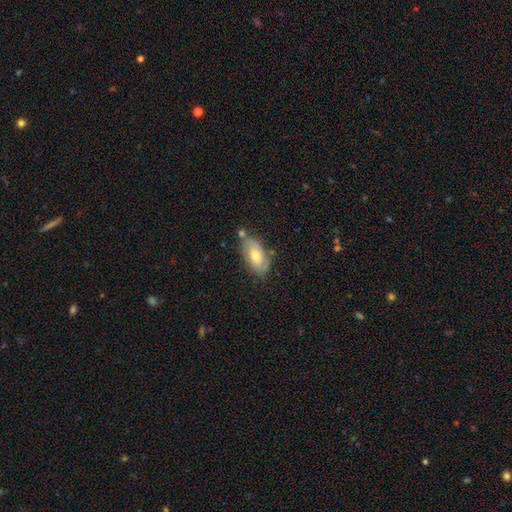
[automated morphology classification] smooth_or_featured: featured or disk (p=0.50) [alt: smooth p=0.42]
disk_edge_on: no (p=0.90) [alt: yes p=0.10]
merging: none (p=0.63) [alt: minor disturbance p=0.23]